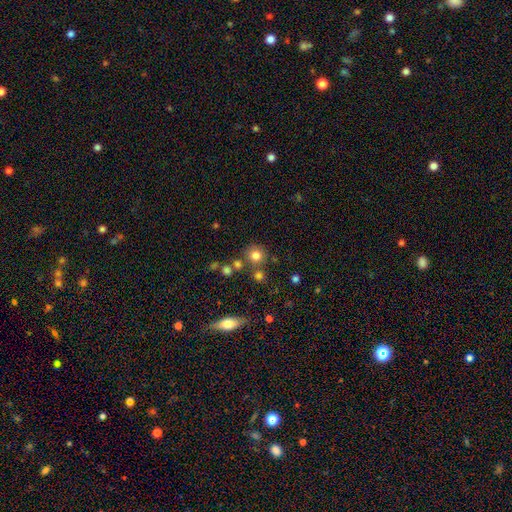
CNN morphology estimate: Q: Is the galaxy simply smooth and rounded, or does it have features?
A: smooth — 78%.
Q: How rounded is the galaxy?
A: round — 90%.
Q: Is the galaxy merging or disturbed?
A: none — 73%.